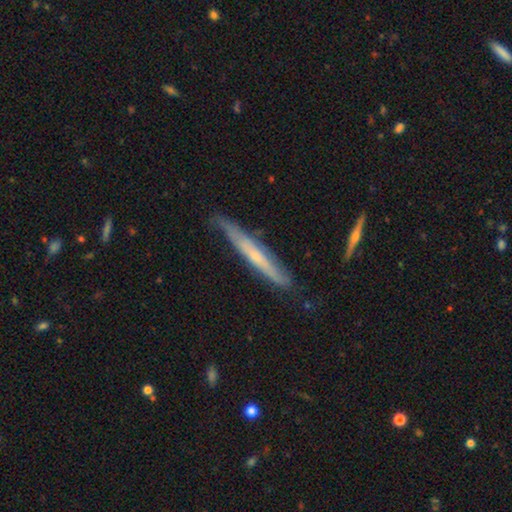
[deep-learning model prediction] Smooth or featured: featured or disk — 59% (smooth — 35%)
Edge-on disk: yes — 88% (no — 12%)
Edge-on bulge: none — 49% (rounded — 47%)
Merging: none — 70% (minor disturbance — 24%)